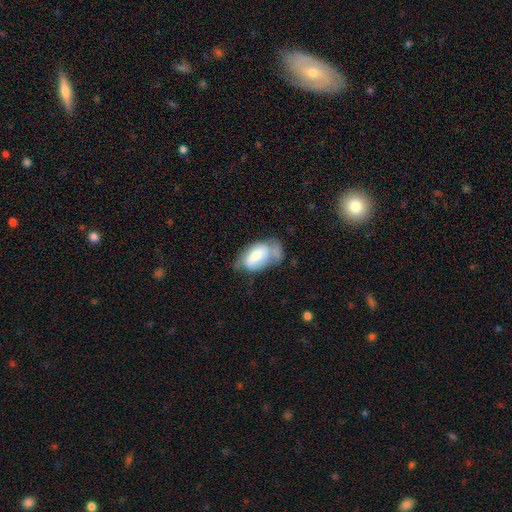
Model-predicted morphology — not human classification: Smooth or featured: smooth — 59% (featured or disk — 35%)
How rounded: in between — 92% (round — 6%)
Merging: minor disturbance — 32% (none — 26%)